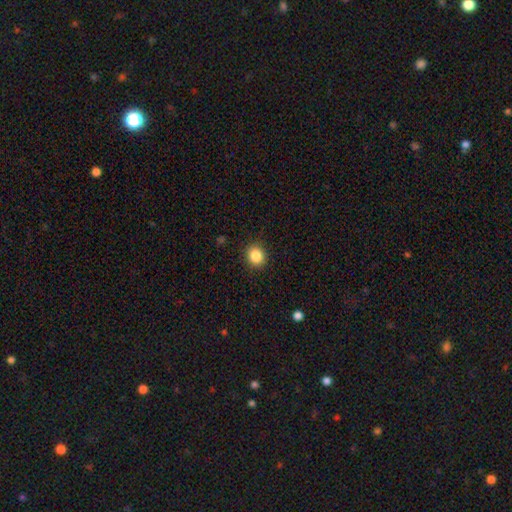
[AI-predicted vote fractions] Smooth or featured? smooth (85%)
How rounded? round (84%)
Merging? none (90%)